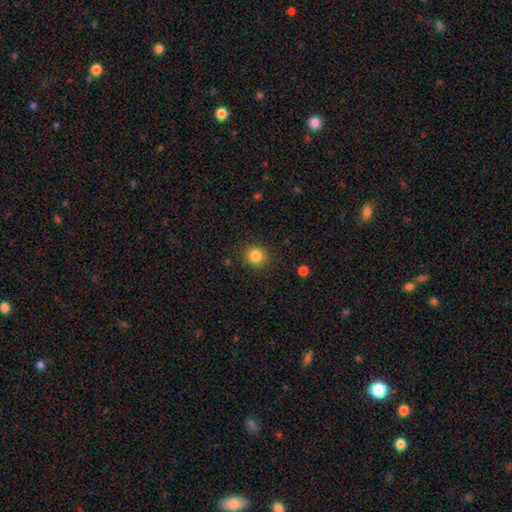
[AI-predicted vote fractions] Overall: smooth (84%). How rounded: round (88%). Merging: none (89%).